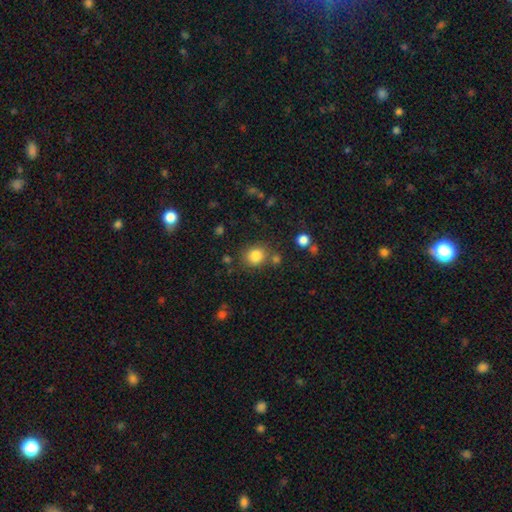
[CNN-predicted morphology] A smooth galaxy with no disk features (83%) that is round (76%). Merging: none (74%).